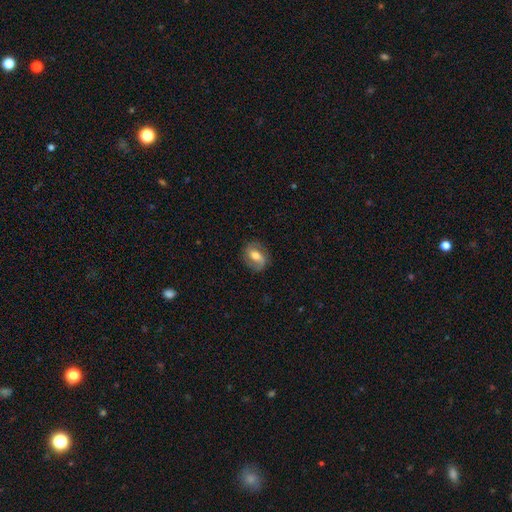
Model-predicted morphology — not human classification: Smooth or featured? Predicted: featured or disk (p=0.49). Merging? Predicted: none (p=0.78).